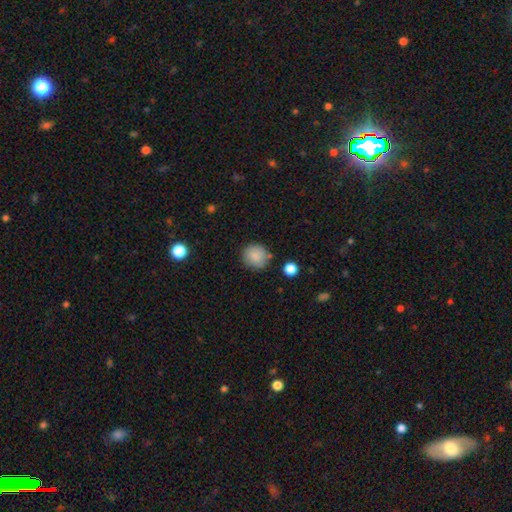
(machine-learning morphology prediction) This is clearly a smooth galaxy (86%). How rounded: clearly round (90%). Merging: likely none (79%).